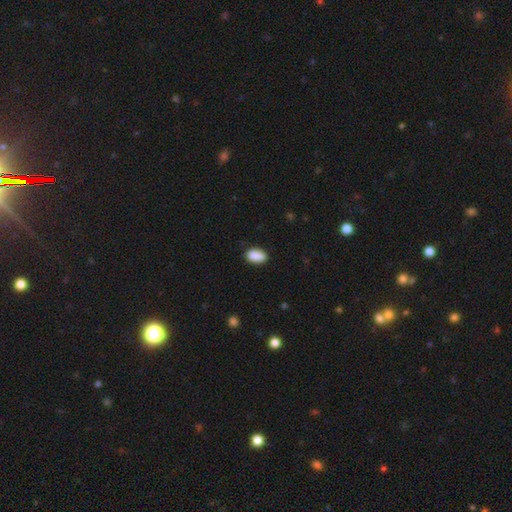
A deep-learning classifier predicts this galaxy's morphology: Smooth or featured: smooth — 89% (star or artifact — 7%)
How rounded: in between — 90% (round — 7%)
Merging: none — 83% (minor disturbance — 13%)